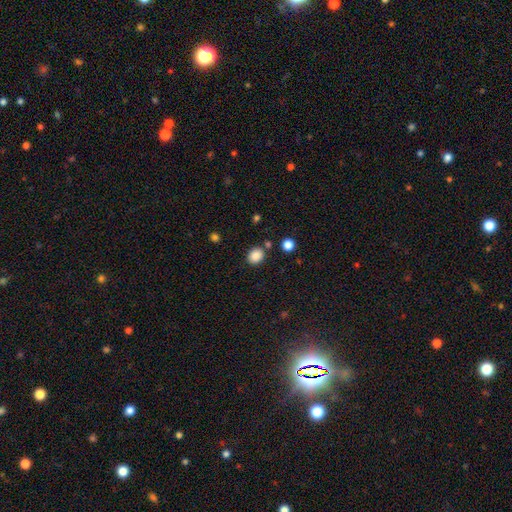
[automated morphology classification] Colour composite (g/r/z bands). It shows a smooth galaxy with no disk features (87%) that is round (55%). Merging: none (81%).